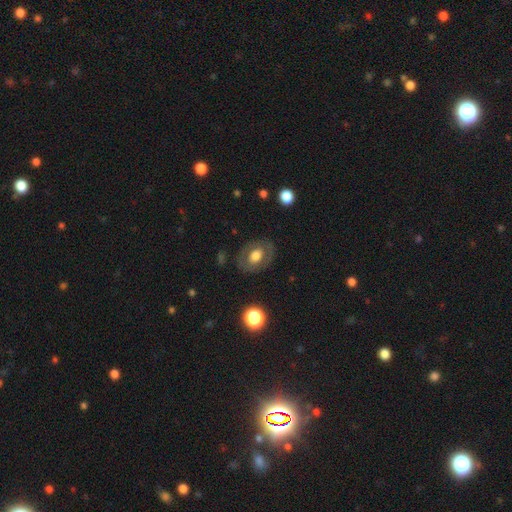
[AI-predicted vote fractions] A smooth galaxy with no disk features (56%) that is in between round and cigar-shaped (71%). Merging: none (79%).